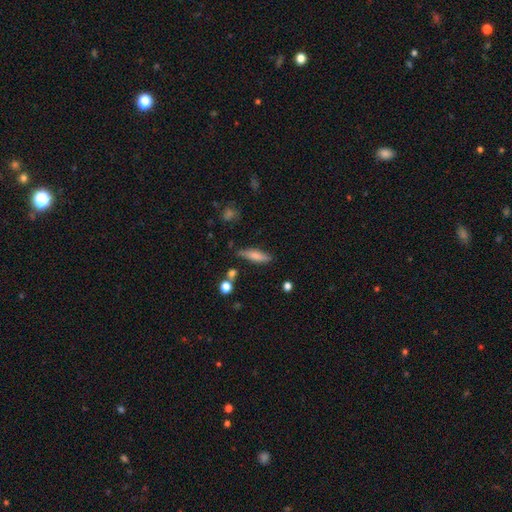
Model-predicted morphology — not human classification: Smooth or featured? Predicted: smooth (p=0.68). How rounded? Predicted: cigar-shaped (p=0.63). Merging? Predicted: none (p=0.75).